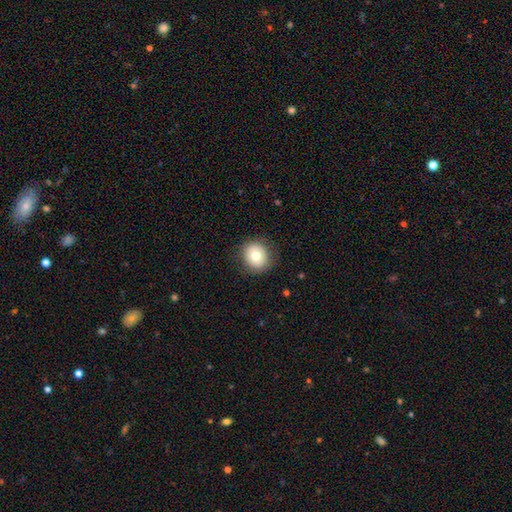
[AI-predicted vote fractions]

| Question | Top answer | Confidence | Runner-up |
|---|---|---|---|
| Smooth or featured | smooth | 74% | featured or disk (18%) |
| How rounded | round | 87% | in between (12%) |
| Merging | none | 87% | minor disturbance (9%) |